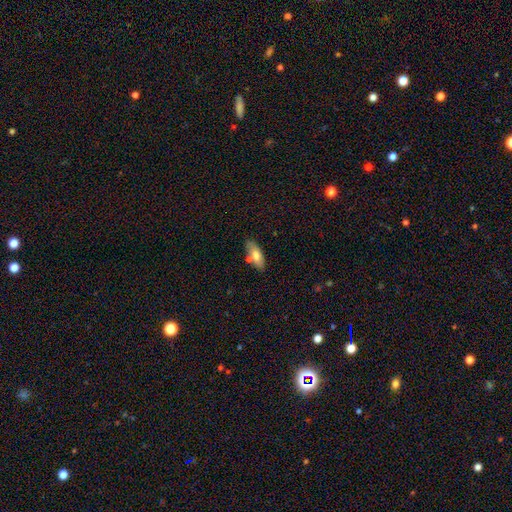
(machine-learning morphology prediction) smooth-or-featured: smooth: 72% | featured or disk: 21% | star or artifact: 6%
  how-rounded: in between: 79% | cigar-shaped: 19% | round: 2%
  merging: none: 72% | minor disturbance: 15% | merger: 10% | major disturbance: 3%